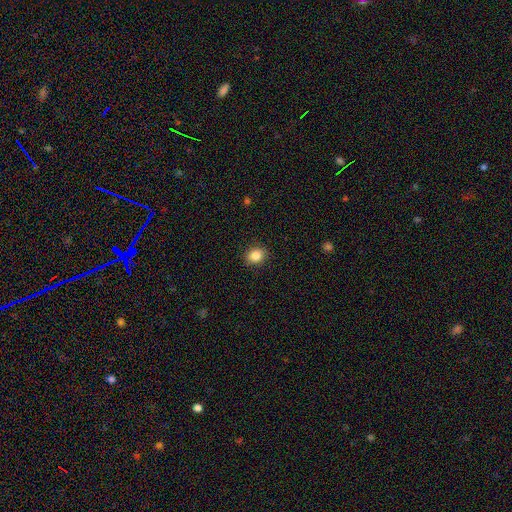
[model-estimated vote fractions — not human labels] A smooth galaxy with no disk features (85%) that is round (54%). Merging: none (90%).